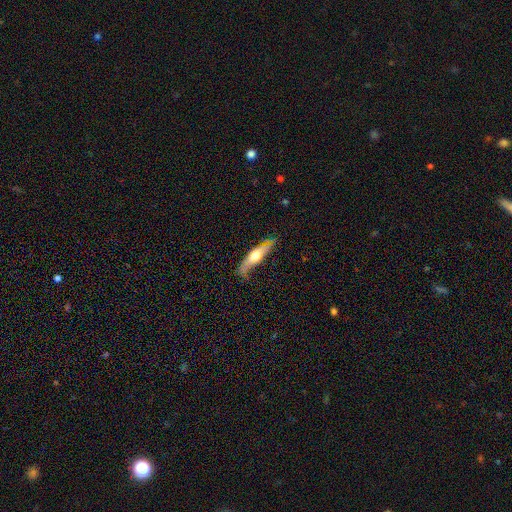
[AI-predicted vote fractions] The model was most divided on "smooth or featured": featured or disk: 54%, smooth: 41%, star or artifact: 5%. More confident: edge-on disk — yes (79%); merging — none (66%).